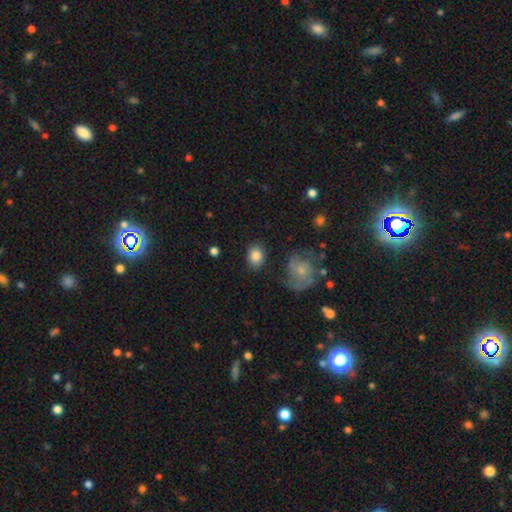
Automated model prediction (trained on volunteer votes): Morphology: type=smooth (83%); roundness=in between (64%); merging=none (81%).